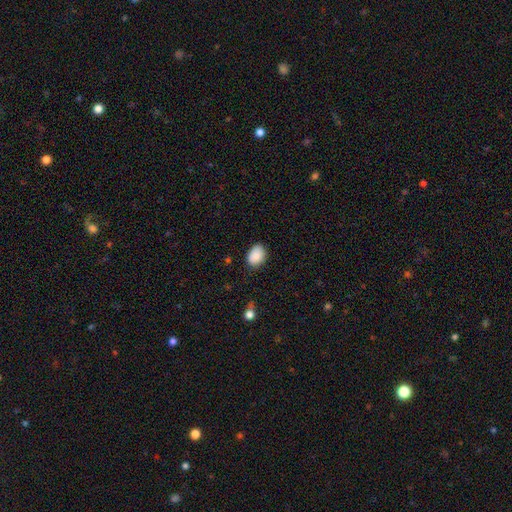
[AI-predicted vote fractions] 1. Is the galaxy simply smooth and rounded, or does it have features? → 87% smooth, 7% star or artifact, 5% featured or disk.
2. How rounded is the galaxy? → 74% in between, 25% round, 1% cigar-shaped.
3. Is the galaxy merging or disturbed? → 77% none, 19% minor disturbance, 3% major disturbance, 1% merger.